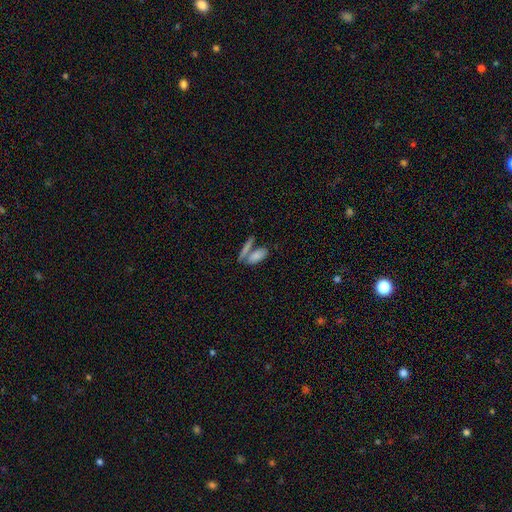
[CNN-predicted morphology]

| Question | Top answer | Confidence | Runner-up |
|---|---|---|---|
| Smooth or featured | smooth | 80% | featured or disk (13%) |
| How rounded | in between | 73% | cigar-shaped (24%) |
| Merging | none | 46% | merger (38%) |